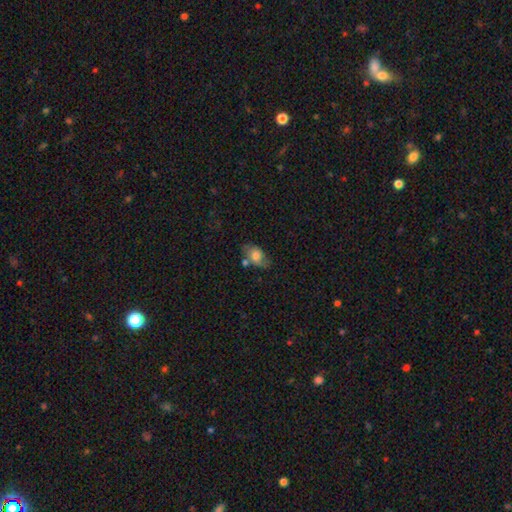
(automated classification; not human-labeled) This appears to be a smooth galaxy with no disk features (68%) that is in between round and cigar-shaped (84%). Merging: none (54%).